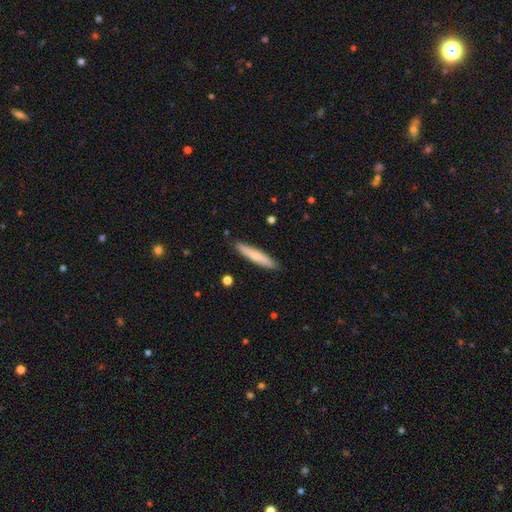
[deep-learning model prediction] The model was most divided on "smooth or featured": smooth: 67%, featured or disk: 27%, star or artifact: 6%. More confident: how rounded — cigar-shaped (91%); merging — none (89%).